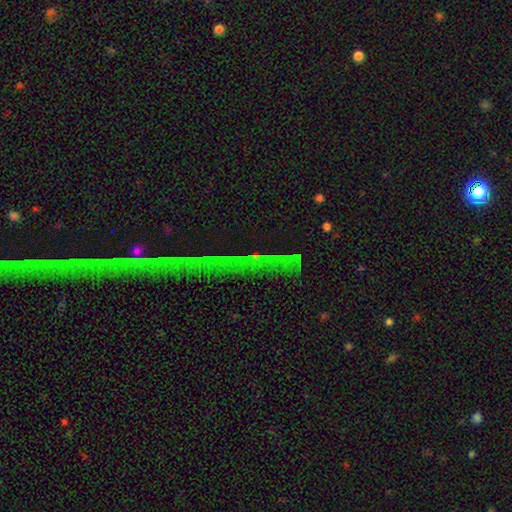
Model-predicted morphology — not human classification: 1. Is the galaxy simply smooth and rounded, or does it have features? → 71% star or artifact, 15% featured or disk, 13% smooth.